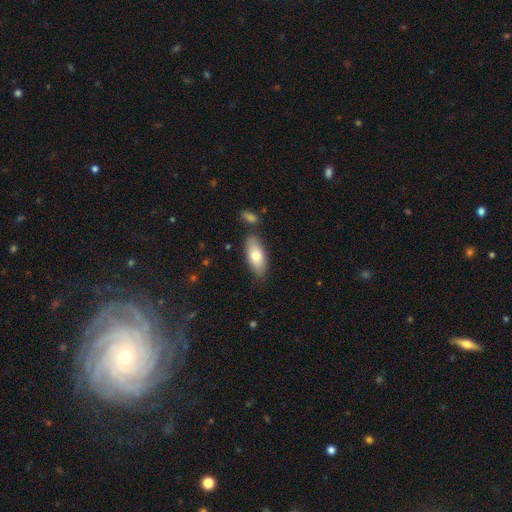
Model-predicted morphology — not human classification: Smooth or featured?
  - smooth: 78% *
  - featured or disk: 17%
  - star or artifact: 6%
How rounded?
  - in between: 84% *
  - cigar-shaped: 14%
  - round: 2%
Merging?
  - none: 78% *
  - minor disturbance: 13%
  - merger: 6%
  - major disturbance: 3%